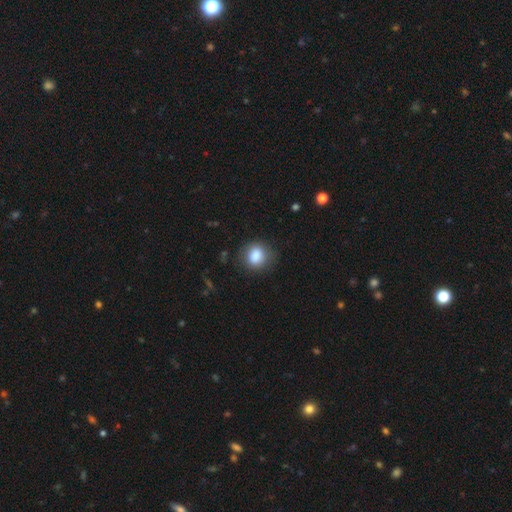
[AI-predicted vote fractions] The model was most divided on "how rounded": round: 73%, in between: 26%, cigar-shaped: 1%. More confident: smooth or featured — smooth (85%); merging — none (82%).